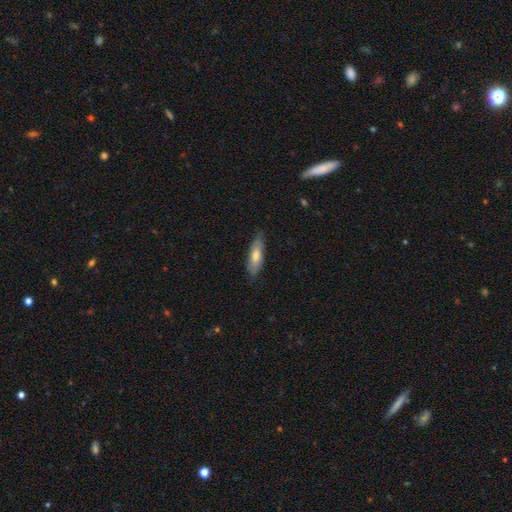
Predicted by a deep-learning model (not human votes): Smooth or featured: smooth — 64% (featured or disk — 30%)
How rounded: in between — 49% (tied with cigar-shaped — 49%)
Merging: none — 76% (minor disturbance — 20%)